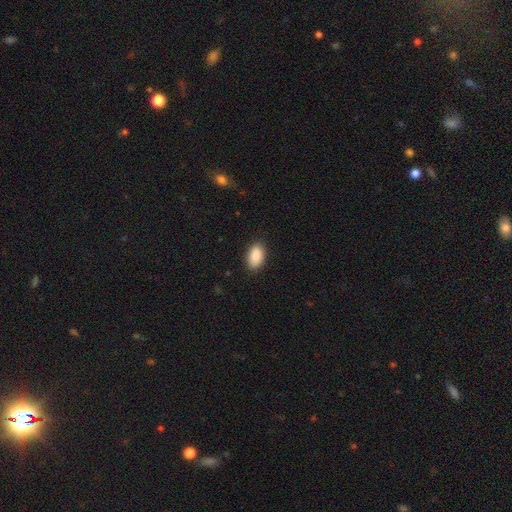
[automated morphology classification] A smooth galaxy with no disk features (91%) that is in between round and cigar-shaped (94%). Merging: none (87%).